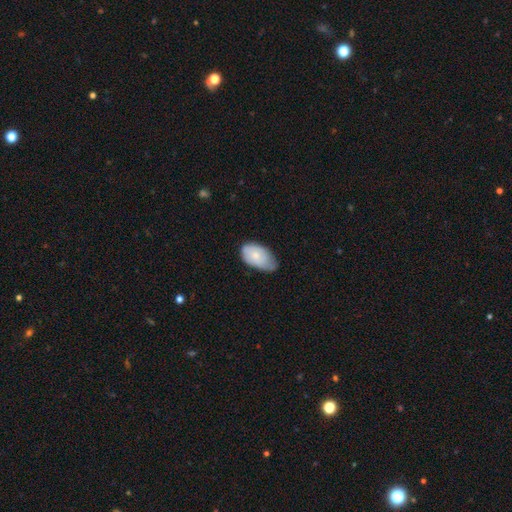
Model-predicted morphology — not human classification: Q: Smooth or featured?
A: smooth (75%); runner-up: featured or disk (19%)
Q: How rounded?
A: in between (93%); runner-up: round (5%)
Q: Merging?
A: minor disturbance (51%); runner-up: none (37%)